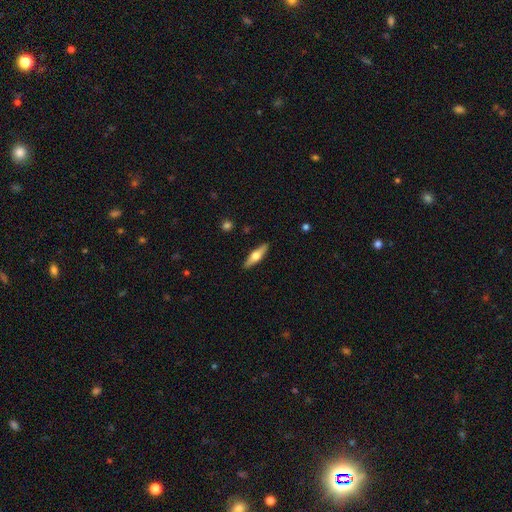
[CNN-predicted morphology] A featured or disk galaxy (52%) viewed edge-on (92%).

Vote fractions:
- Smooth or featured? featured or disk: 52% / smooth: 43% / star or artifact: 6%
- Edge-on disk? yes: 92% / no: 8%
- Merging? none: 90% / minor disturbance: 7% / major disturbance: 2% / merger: 1%